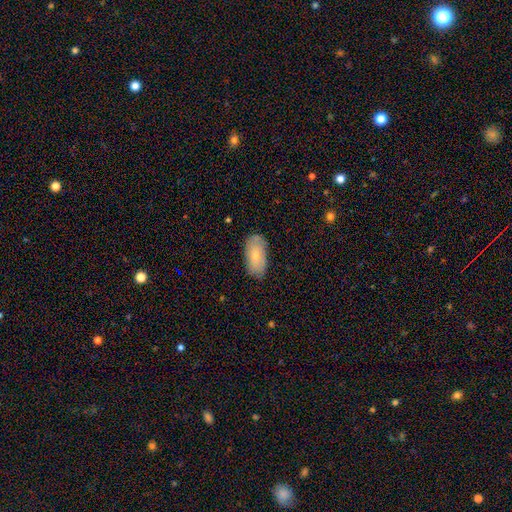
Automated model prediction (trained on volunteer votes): smooth-or-featured: smooth: 70% | featured or disk: 24% | star or artifact: 6%
  how-rounded: in between: 94% | cigar-shaped: 4% | round: 3%
  merging: none: 80% | minor disturbance: 16% | major disturbance: 3% | merger: 1%